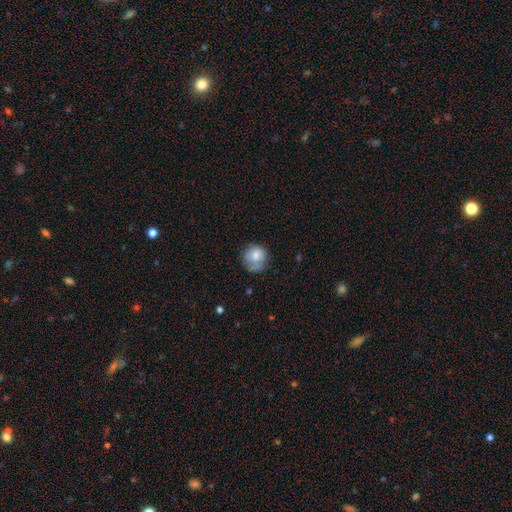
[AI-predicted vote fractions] smooth 69%, featured or disk 23%, star or artifact 8%. Down the decision tree: how rounded — round (82%); merging — none (56%).